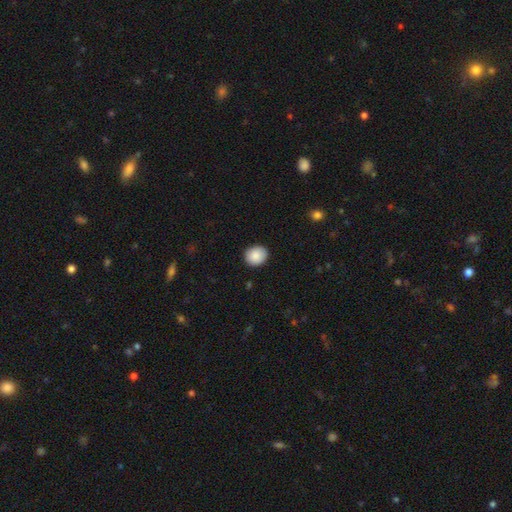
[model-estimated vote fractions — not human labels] smooth-or-featured: smooth: 89% | star or artifact: 7% | featured or disk: 4%
  how-rounded: round: 70% | in between: 29% | cigar-shaped: 1%
  merging: none: 89% | minor disturbance: 8% | major disturbance: 2% | merger: 1%